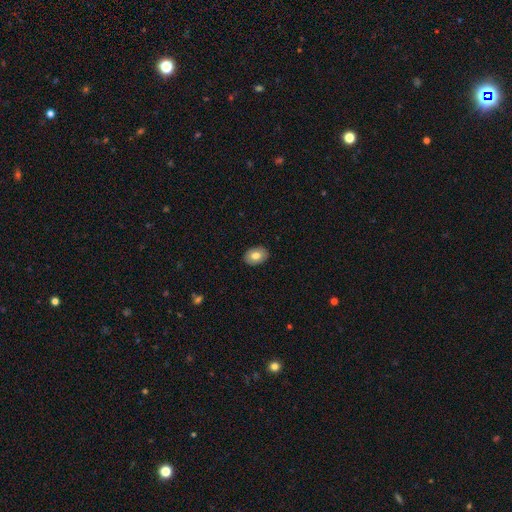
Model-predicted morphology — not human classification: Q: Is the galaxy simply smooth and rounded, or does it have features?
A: smooth — 77%.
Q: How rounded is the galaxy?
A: in between — 80%.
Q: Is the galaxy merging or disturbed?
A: none — 90%.